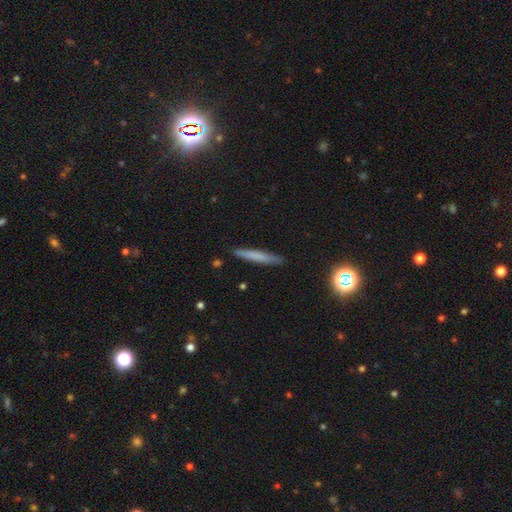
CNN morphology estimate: Smooth or featured? smooth (66%)
How rounded? cigar-shaped (95%)
Merging? none (88%)